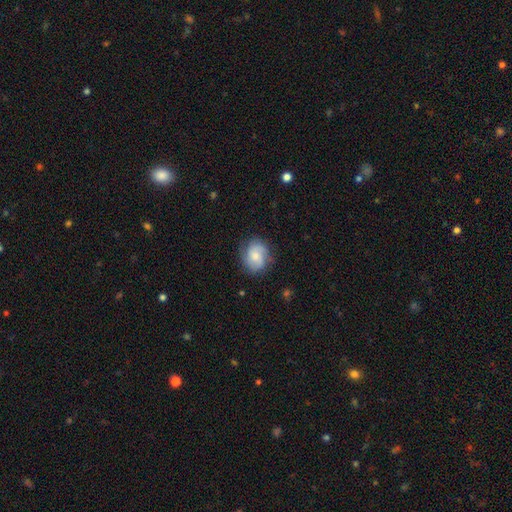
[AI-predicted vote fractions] Smooth or featured?
  - featured or disk: 46% * (tied)
  - smooth: 46% * (tied)
  - star or artifact: 8%
Merging?
  - none: 74% *
  - minor disturbance: 19%
  - major disturbance: 6%
  - merger: 1%